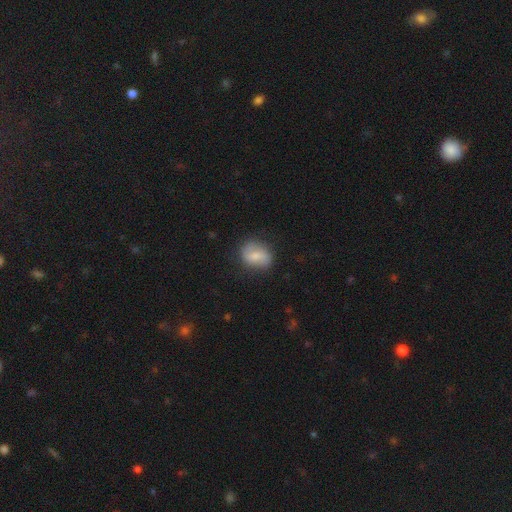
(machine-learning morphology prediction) Smooth or featured: smooth — 60% (featured or disk — 32%)
How rounded: in between — 57% (round — 41%)
Merging: none — 73% (minor disturbance — 19%)